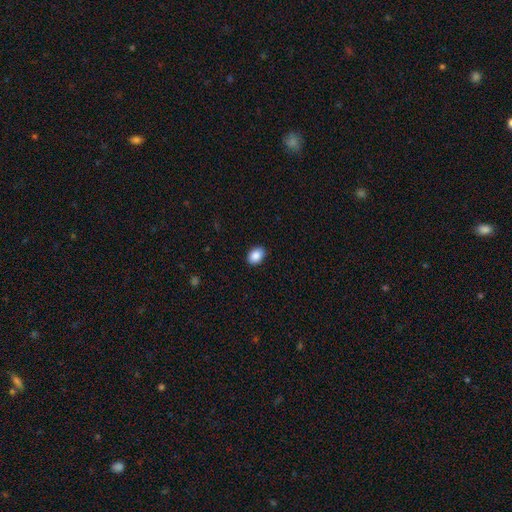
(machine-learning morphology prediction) This is clearly a smooth galaxy (89%). How rounded: likely in between (77%). Merging: clearly none (90%).